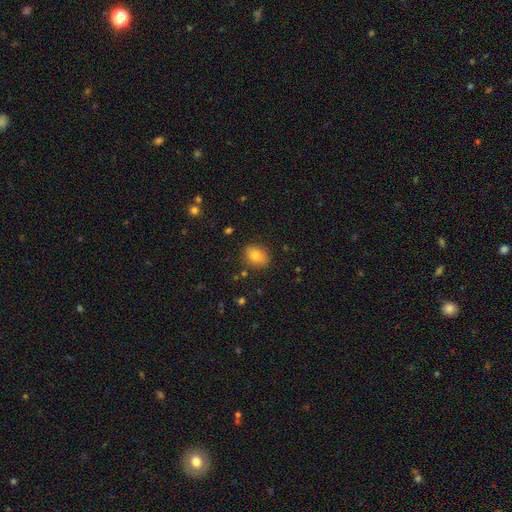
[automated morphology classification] smooth-or-featured: smooth: 79% | featured or disk: 11% | star or artifact: 10%
  how-rounded: in between: 58% | round: 40% | cigar-shaped: 1%
  merging: none: 85% | minor disturbance: 11% | major disturbance: 2% | merger: 2%